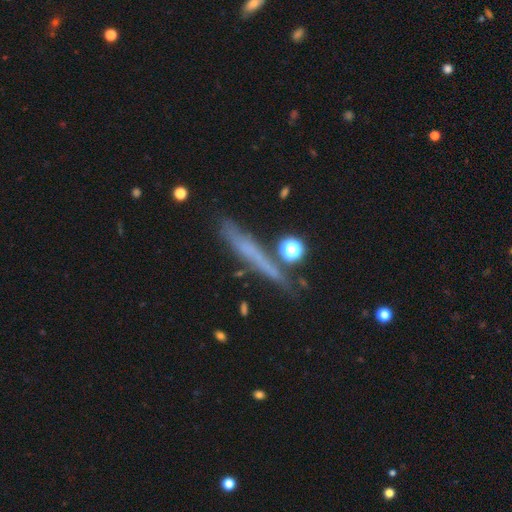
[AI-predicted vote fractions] Smooth or featured? Predicted: smooth (p=0.48). Merging? Predicted: none (p=0.72).